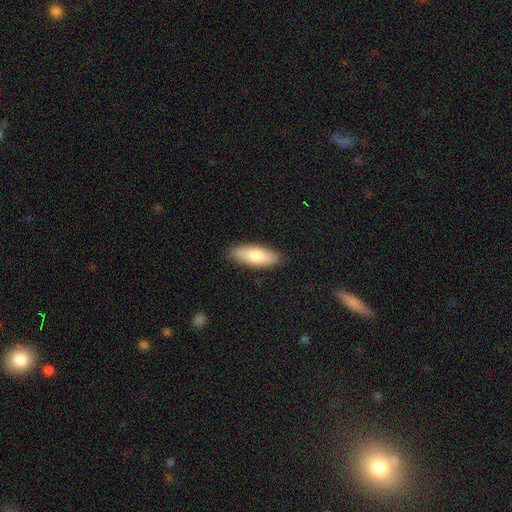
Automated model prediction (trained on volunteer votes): Smooth or featured? Predicted: smooth (p=0.79). How rounded? Predicted: in between (p=0.70). Merging? Predicted: none (p=0.88).